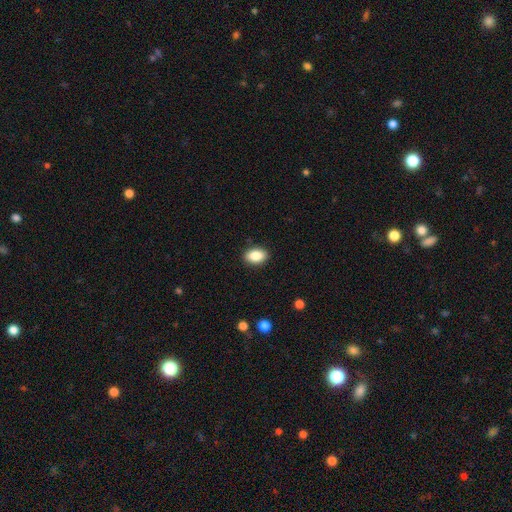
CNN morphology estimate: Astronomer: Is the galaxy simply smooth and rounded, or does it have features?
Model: smooth — 87%.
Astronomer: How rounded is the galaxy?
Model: in between — 86%.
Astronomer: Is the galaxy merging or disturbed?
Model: none — 90%.